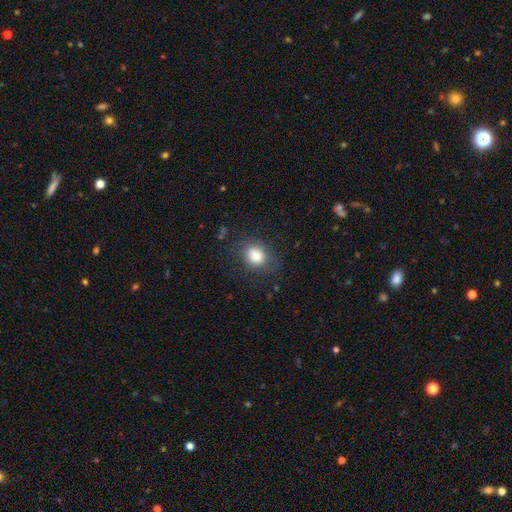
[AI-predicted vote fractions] Smooth or featured? Predicted: smooth (p=0.83). How rounded? Predicted: in between (p=0.53). Merging? Predicted: none (p=0.71).